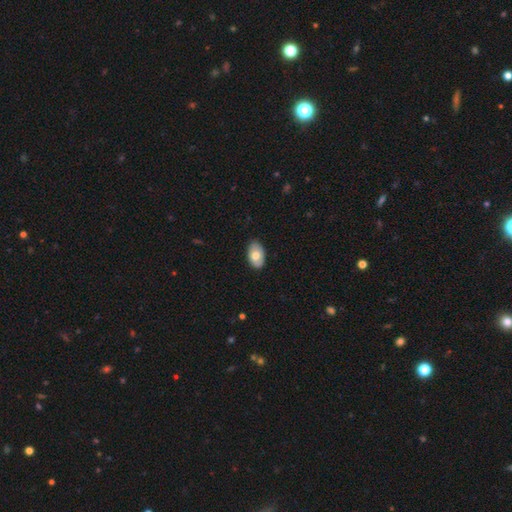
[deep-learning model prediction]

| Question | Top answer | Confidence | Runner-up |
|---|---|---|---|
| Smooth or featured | smooth | 72% | featured or disk (22%) |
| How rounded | in between | 93% | round (6%) |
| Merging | none | 84% | minor disturbance (13%) |